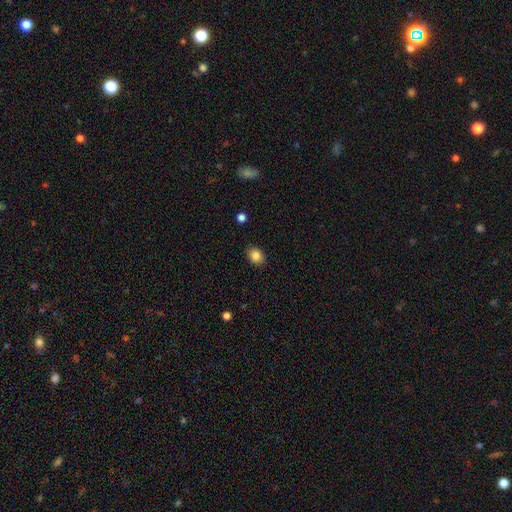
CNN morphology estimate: This is clearly a smooth galaxy (85%). How rounded: possibly in between (53%). Merging: clearly none (87%).